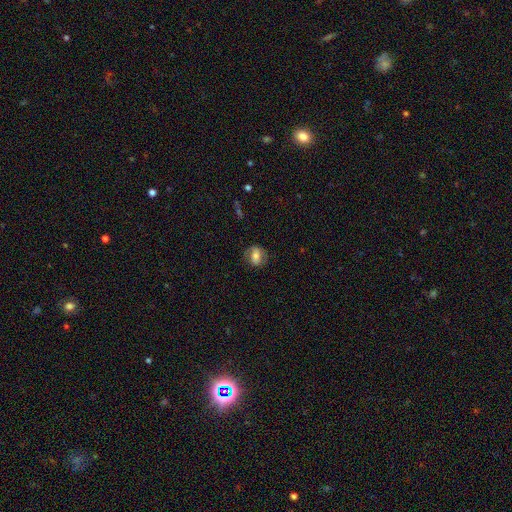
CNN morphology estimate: Smooth or featured? smooth (60%)
How rounded? in between (63%)
Merging? none (71%)